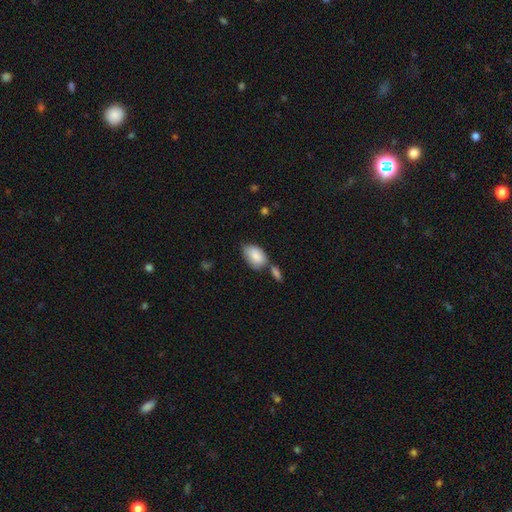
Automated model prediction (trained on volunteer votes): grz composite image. It shows a smooth galaxy with no disk features (86%) that is in between round and cigar-shaped (92%). Merging: none (47%).